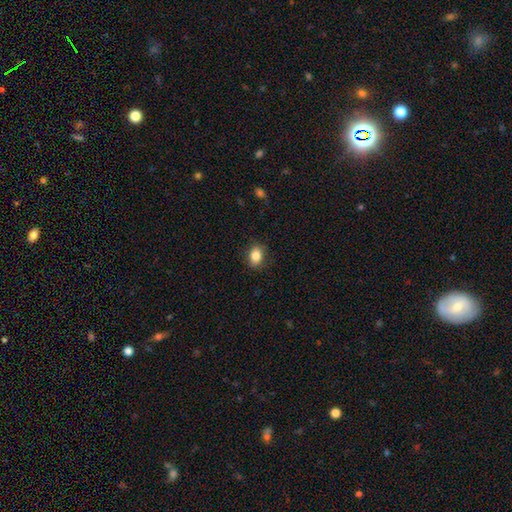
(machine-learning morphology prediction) This is clearly a smooth galaxy (85%). How rounded: likely in between (74%). Merging: clearly none (86%).